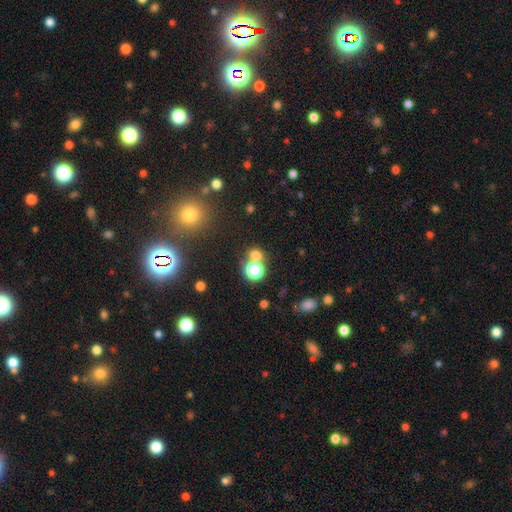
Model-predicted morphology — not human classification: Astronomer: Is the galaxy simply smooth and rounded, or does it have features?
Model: smooth — 62%.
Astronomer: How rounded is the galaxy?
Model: round — 74%.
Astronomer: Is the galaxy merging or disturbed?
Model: none — 62%.